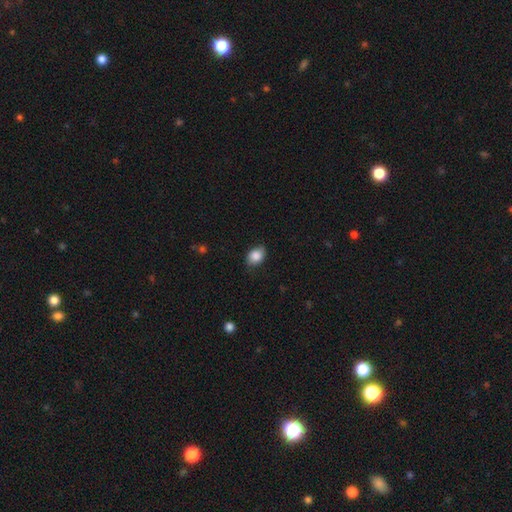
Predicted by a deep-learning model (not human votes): The model was most divided on "how rounded": in between: 70%, round: 28%, cigar-shaped: 1%. More confident: smooth or featured — smooth (85%); merging — none (75%).